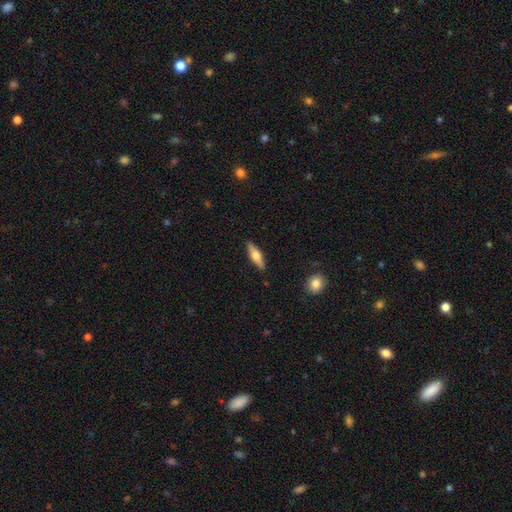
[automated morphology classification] A featured or disk galaxy (49%).

Vote fractions:
- Smooth or featured? featured or disk: 49% / smooth: 45% / star or artifact: 6%
- Merging? none: 89% / minor disturbance: 8% / major disturbance: 2% / merger: 1%